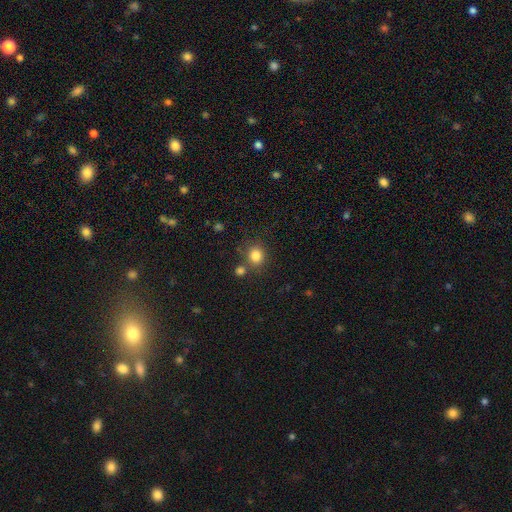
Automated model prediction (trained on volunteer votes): Smooth or featured: smooth — 83% (star or artifact — 11%)
How rounded: round — 76% (in between — 23%)
Merging: none — 71% (merger — 14%)